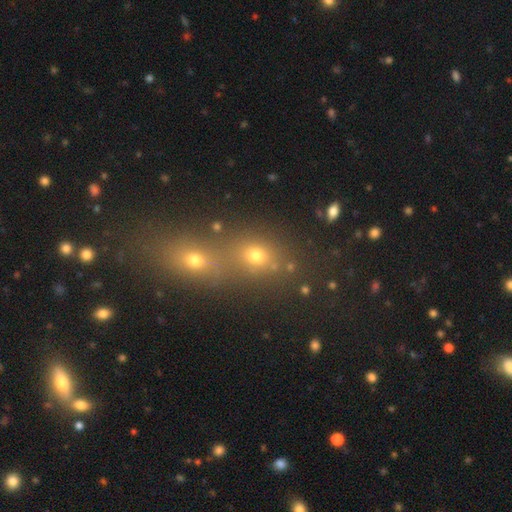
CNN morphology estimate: Overall: smooth (53%; star or artifact 33%). How rounded: round (59%; in between 34%). Merging: merger (58%; none 33%).